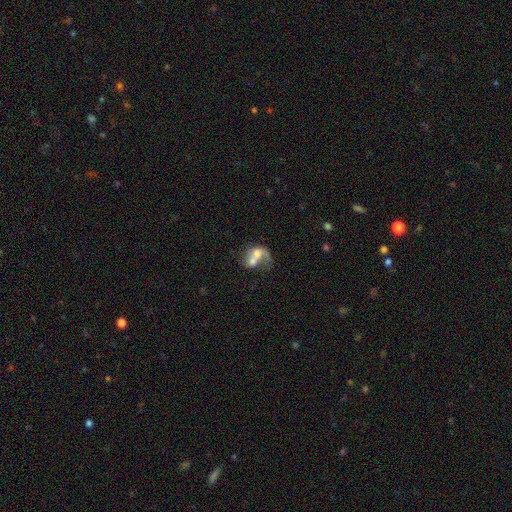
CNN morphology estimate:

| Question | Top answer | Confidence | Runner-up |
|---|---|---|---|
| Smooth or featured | featured or disk | 51% | smooth (40%) |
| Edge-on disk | no | 97% | yes (3%) |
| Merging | merger | 61% | major disturbance (17%) |